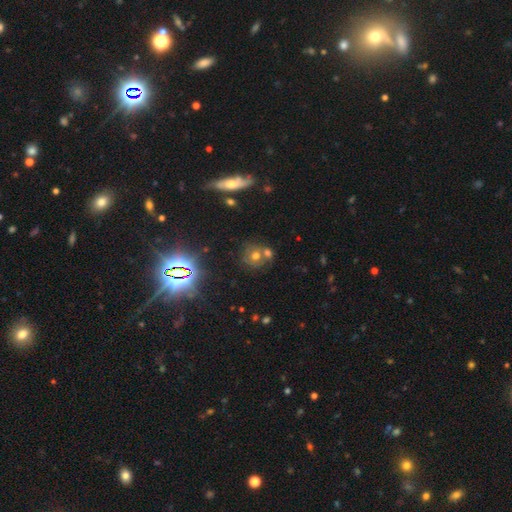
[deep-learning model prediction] Smooth or featured: smooth — 51% (featured or disk — 25%)
How rounded: round — 81% (in between — 18%)
Merging: none — 48% (merger — 36%)